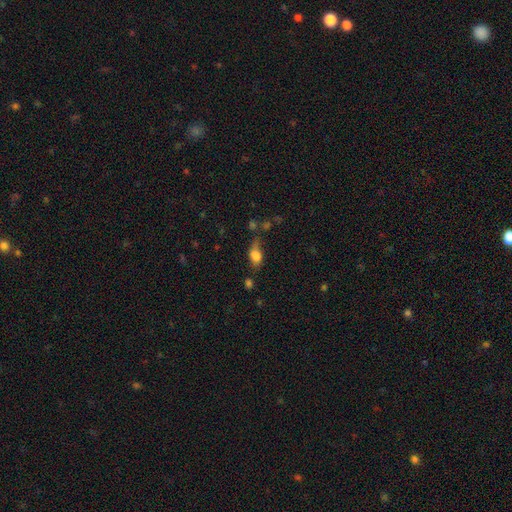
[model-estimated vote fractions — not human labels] Overall: smooth (75%). How rounded: in between (78%). Merging: none (38%; minor disturbance 30%).